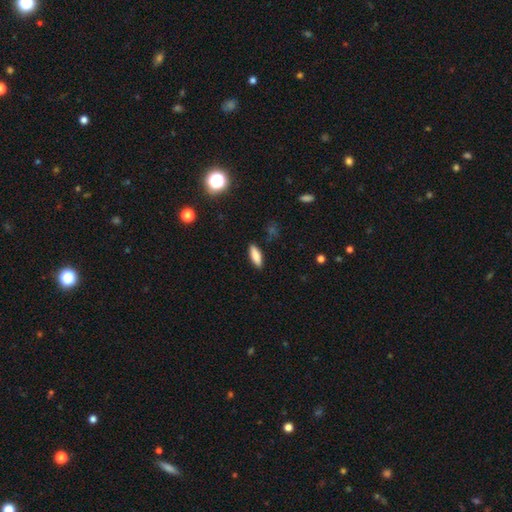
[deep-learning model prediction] smooth-or-featured: smooth: 82% | featured or disk: 11% | star or artifact: 7%
  how-rounded: in between: 59% | cigar-shaped: 39% | round: 2%
  merging: none: 87% | minor disturbance: 9% | major disturbance: 2% | merger: 1%